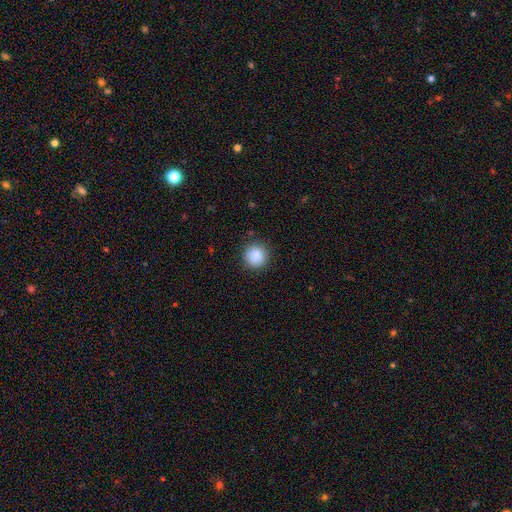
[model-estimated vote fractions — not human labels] Morphology: type=smooth (88%); roundness=round (94%); merging=none (89%).